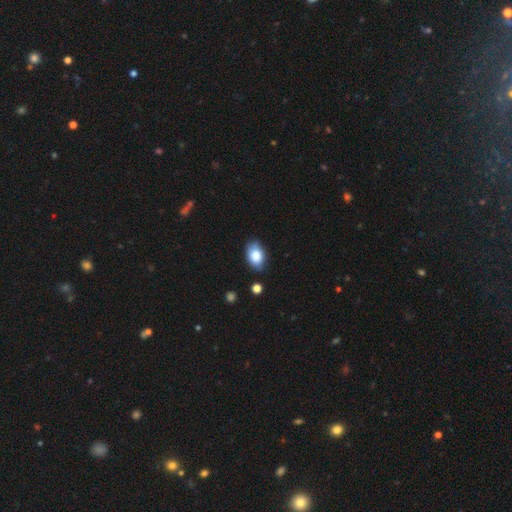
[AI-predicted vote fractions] Morphology: type=smooth (81%); roundness=in between (86%); merging=none (71%).